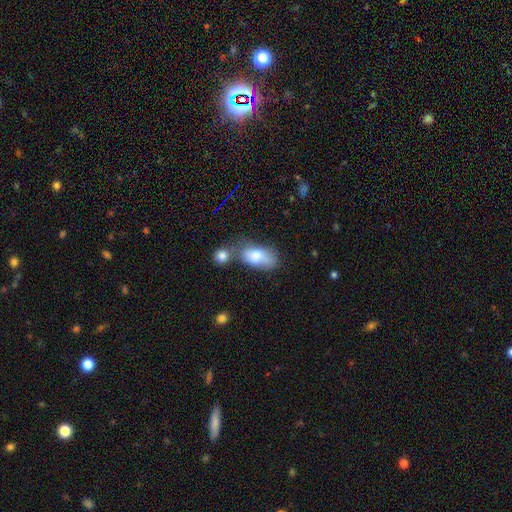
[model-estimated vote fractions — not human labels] Smooth or featured: smooth — 76% (featured or disk — 16%)
How rounded: in between — 89% (round — 6%)
Merging: merger — 36% (none — 33%)